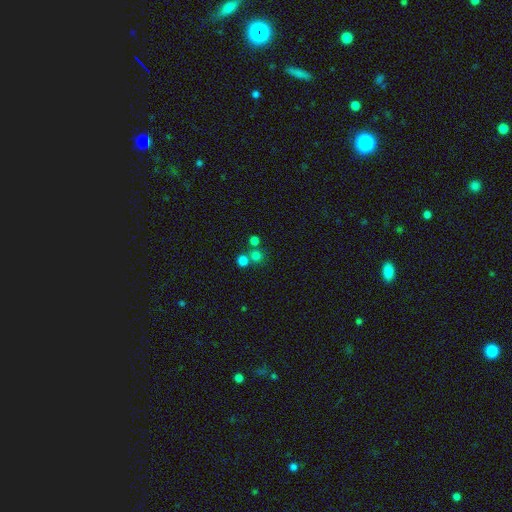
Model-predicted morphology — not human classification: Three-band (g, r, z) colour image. It shows a smooth galaxy with no disk features (73%) that is round (89%). Merging: none (61%).